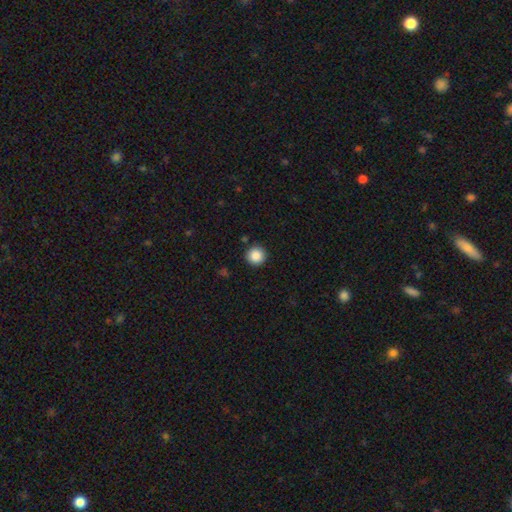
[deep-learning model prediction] smooth 87%, star or artifact 10%, featured or disk 3%. Down the decision tree: how rounded — round (96%); merging — none (91%).